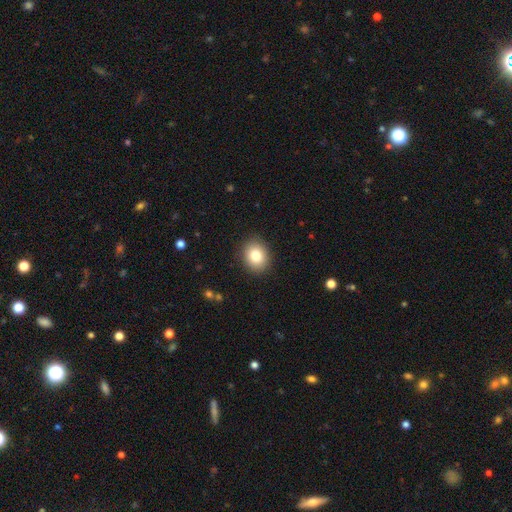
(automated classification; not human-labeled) Overall: smooth (82%). How rounded: round (55%; in between 44%). Merging: none (89%).